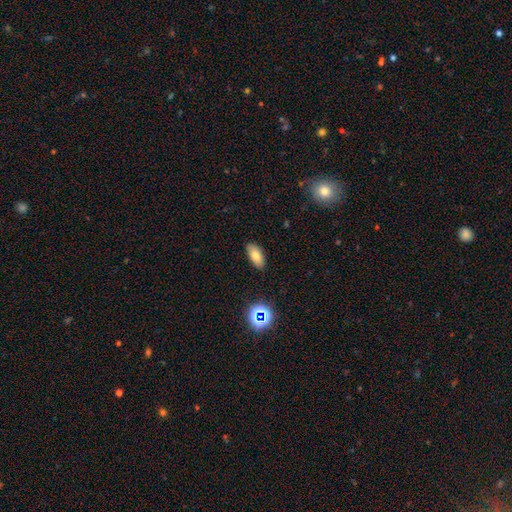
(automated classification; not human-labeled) smooth_or_featured: smooth (p=0.78) [alt: star or artifact p=0.11]
how_rounded: in between (p=0.88) [alt: cigar-shaped p=0.08]
merging: none (p=0.86) [alt: minor disturbance p=0.10]